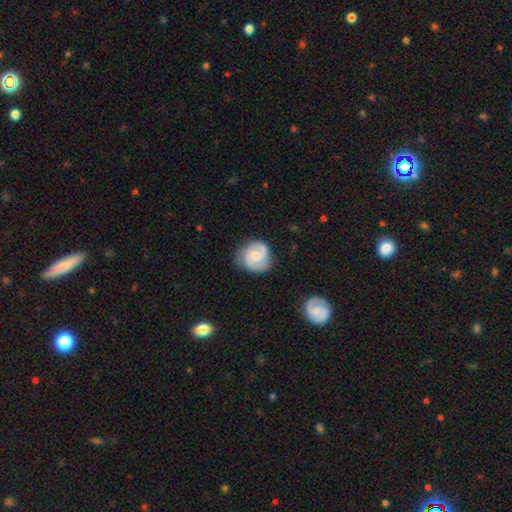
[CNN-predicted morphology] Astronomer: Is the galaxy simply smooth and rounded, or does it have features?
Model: featured or disk — 78%.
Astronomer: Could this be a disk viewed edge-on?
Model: no — 98%.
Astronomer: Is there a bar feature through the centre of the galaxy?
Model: no — 54% (runner-up: weak, 40%).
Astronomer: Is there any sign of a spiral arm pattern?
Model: yes — 97%.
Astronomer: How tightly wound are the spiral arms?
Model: medium — 49% (runner-up: tight, 39%).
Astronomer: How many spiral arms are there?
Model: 2 — 83%.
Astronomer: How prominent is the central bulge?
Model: small — 51% (runner-up: moderate, 37%).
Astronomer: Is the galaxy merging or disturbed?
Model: none — 79%.